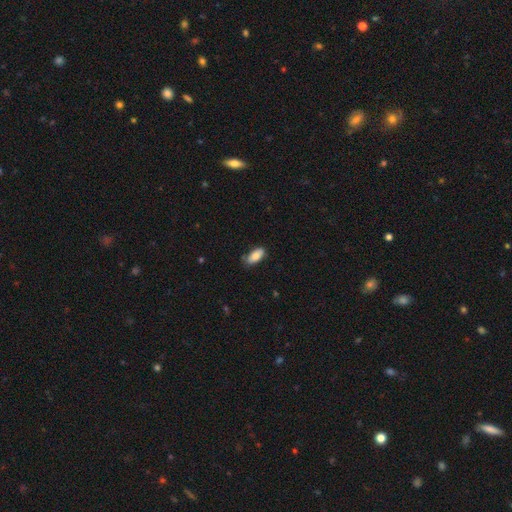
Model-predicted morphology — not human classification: Smooth or featured?
  - smooth: 82% *
  - featured or disk: 12%
  - star or artifact: 7%
How rounded?
  - in between: 87% *
  - cigar-shaped: 11%
  - round: 2%
Merging?
  - none: 74% *
  - minor disturbance: 21%
  - major disturbance: 3%
  - merger: 2%